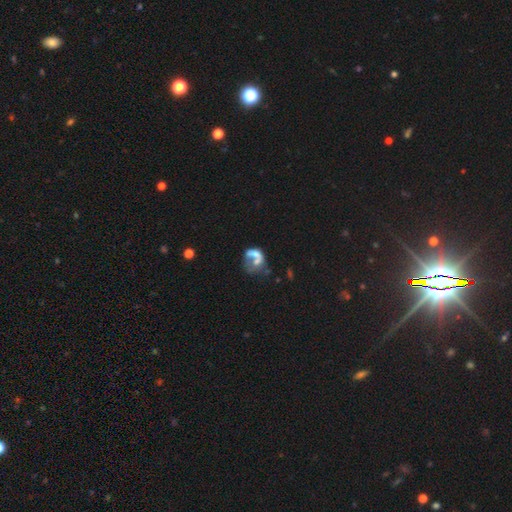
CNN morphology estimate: Smooth or featured? Predicted: featured or disk (p=0.50). Merging? Predicted: merger (p=0.43).